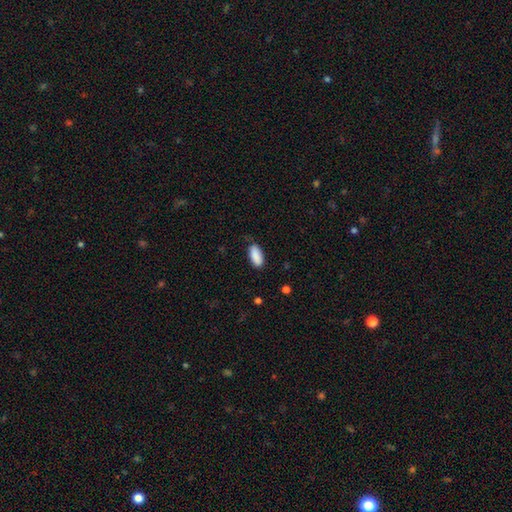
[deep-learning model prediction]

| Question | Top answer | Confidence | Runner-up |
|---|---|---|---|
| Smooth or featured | smooth | 89% | star or artifact (6%) |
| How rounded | in between | 89% | cigar-shaped (9%) |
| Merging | none | 74% | minor disturbance (20%) |